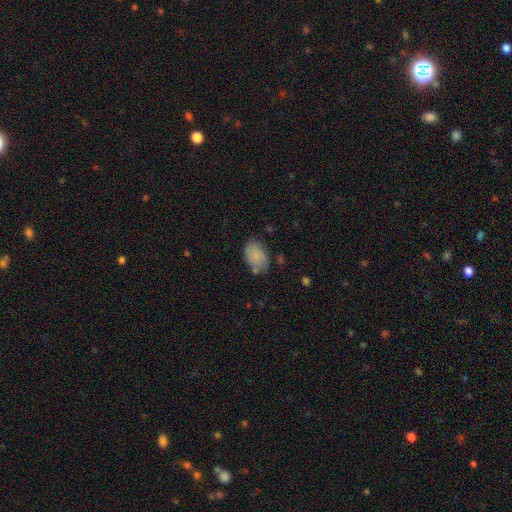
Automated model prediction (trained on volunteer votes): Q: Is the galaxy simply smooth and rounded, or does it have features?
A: smooth — 84%.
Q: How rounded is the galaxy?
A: in between — 88%.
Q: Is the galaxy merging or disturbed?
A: none — 71%.